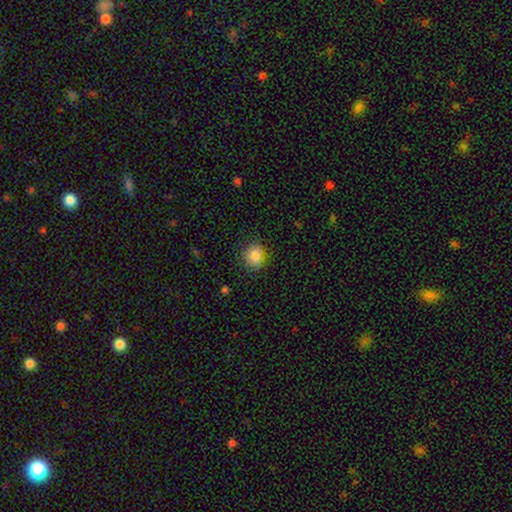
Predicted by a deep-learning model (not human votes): Overall: smooth (84%). How rounded: round (76%). Merging: none (81%).